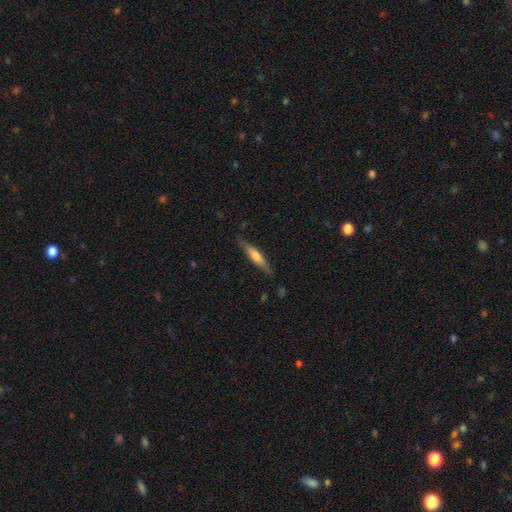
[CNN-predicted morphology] Smooth or featured? featured or disk (49%)
Merging? none (85%)